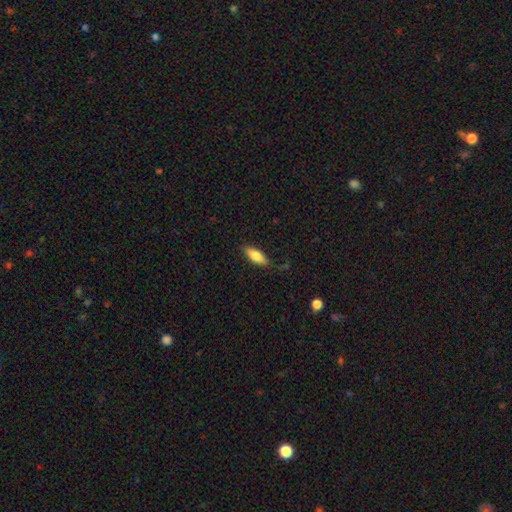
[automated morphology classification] smooth 79%, featured or disk 15%, star or artifact 6%. Down the decision tree: how rounded — in between (67%); merging — none (82%).